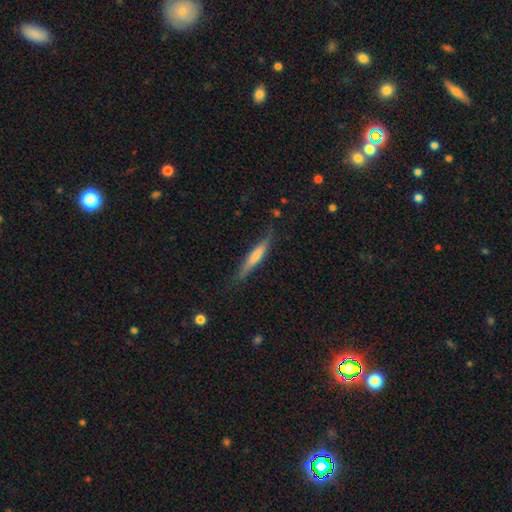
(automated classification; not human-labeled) This is possibly a featured or disk galaxy (52%). It is clearly viewed edge-on (95%). Merging: clearly none (83%).